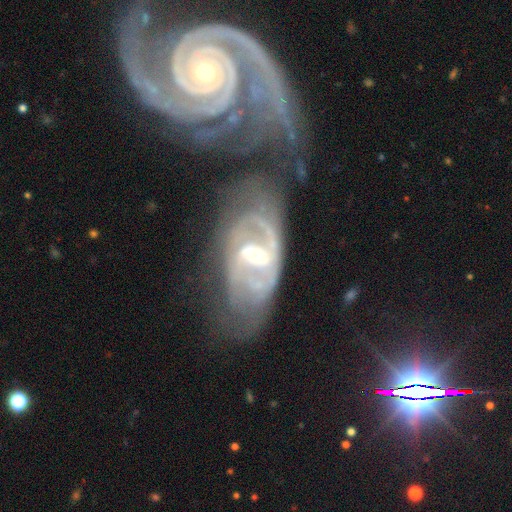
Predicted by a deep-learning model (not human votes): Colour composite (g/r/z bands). It shows a featured or disk galaxy (88%) with a weak bar (44%), 2 (53%) tight (49%) spiral arms (92%) and a moderate central bulge (51%). Merging: none (44%).